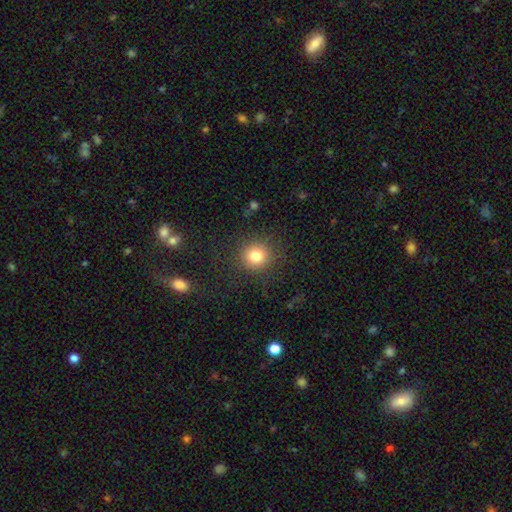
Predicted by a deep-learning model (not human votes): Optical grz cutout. It shows a smooth galaxy with no disk features (80%) that is round (92%). Merging: none (87%).